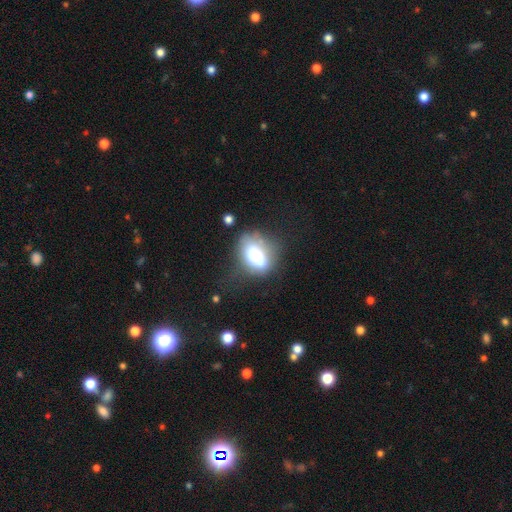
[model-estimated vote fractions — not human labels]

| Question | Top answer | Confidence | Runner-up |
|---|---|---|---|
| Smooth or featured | smooth | 66% | featured or disk (24%) |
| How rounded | in between | 71% | round (27%) |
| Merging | none | 45% | minor disturbance (28%) |